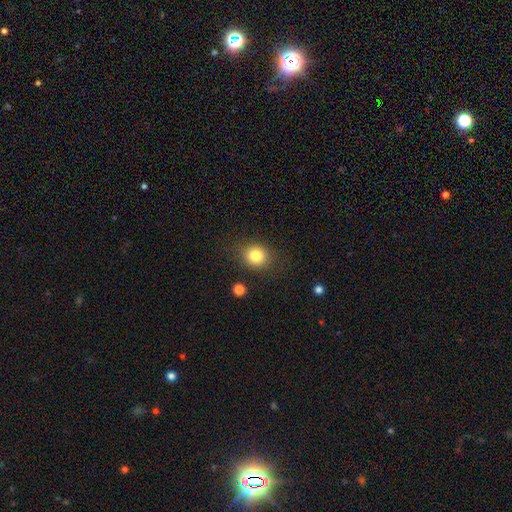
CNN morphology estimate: Overall: smooth (82%). How rounded: round (74%). Merging: none (84%).